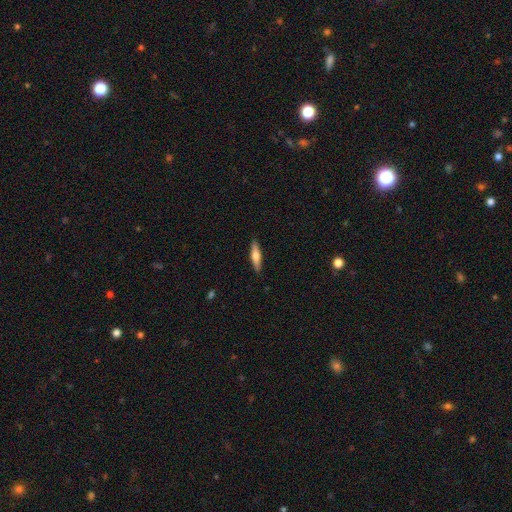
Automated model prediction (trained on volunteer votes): Morphology: type=smooth (54%); roundness=cigar-shaped (77%); merging=none (90%).